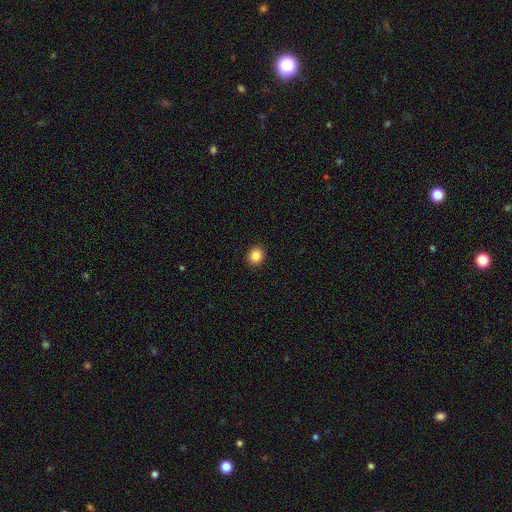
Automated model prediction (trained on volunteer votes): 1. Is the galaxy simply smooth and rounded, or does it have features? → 86% smooth, 10% star or artifact, 5% featured or disk.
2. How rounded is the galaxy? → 72% round, 27% in between, 1% cigar-shaped.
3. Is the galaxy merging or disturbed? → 92% none, 6% minor disturbance, 2% major disturbance, 1% merger.